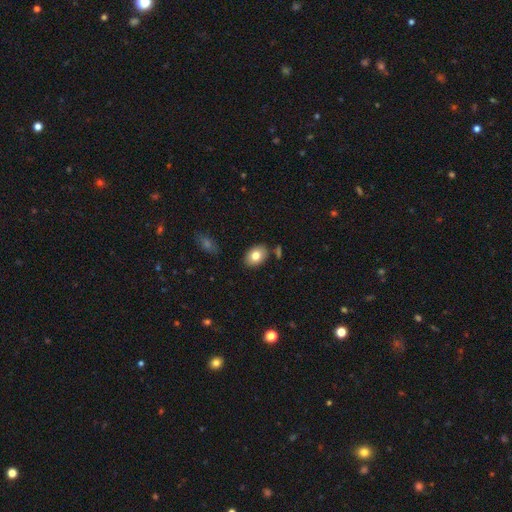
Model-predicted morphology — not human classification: The model was most divided on "how rounded": in between: 80%, round: 19%, cigar-shaped: 1%. More confident: merging — none (83%); smooth or featured — smooth (79%).